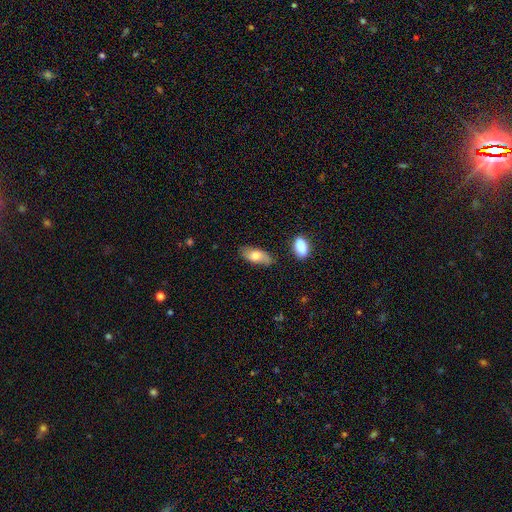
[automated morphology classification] Smooth or featured? smooth (68%)
How rounded? in between (87%)
Merging? none (73%)